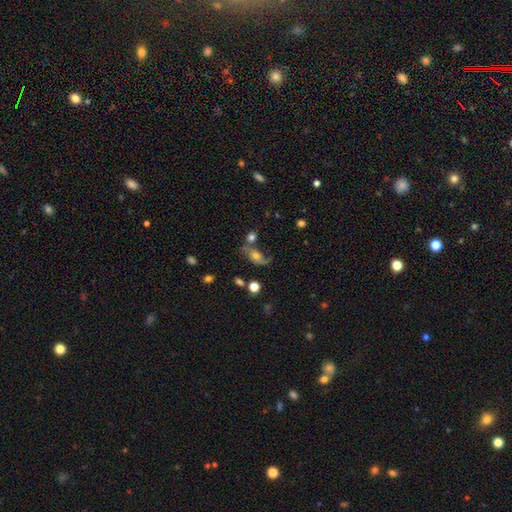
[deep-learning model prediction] This appears to be a smooth galaxy with no disk features (44%). Merging: none (40%).